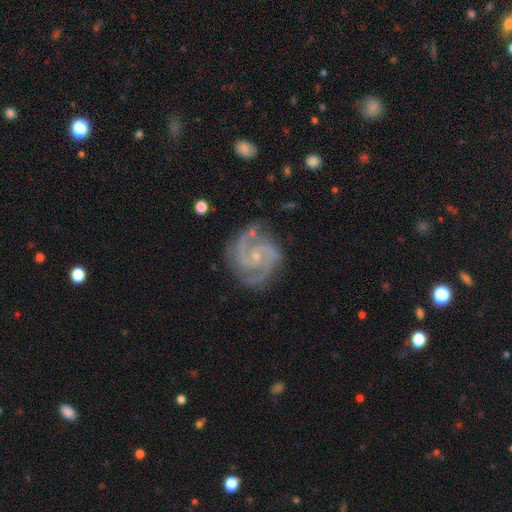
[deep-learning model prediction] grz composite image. It shows a featured or disk galaxy (92%) with no bar (53%), 2 (74%) medium (51%) spiral arms (98%) and a small central bulge (77%). Merging: none (75%).